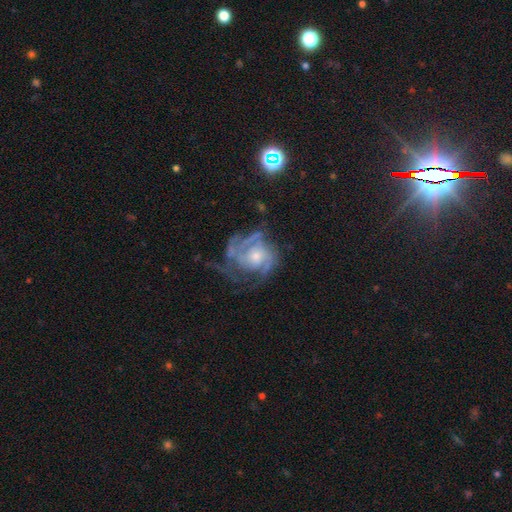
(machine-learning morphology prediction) Smooth or featured?
  - featured or disk: 86% *
  - smooth: 8%
  - star or artifact: 6%
Edge-on disk?
  - no: 98% *
  - yes: 2%
Bar?
  - no: 74% *
  - weak: 21%
  - strong: 4%
Spiral arms?
  - yes: 94% *
  - no: 6%
Spiral winding?
  - tight: 51% *
  - medium: 38%
  - loose: 11%
Spiral arm count?
  - 2: 28% *
  - 3: 27%
  - can't tell: 24%
  - 4: 9%
  - 1: 6%
  - more than 4: 6%
Bulge size?
  - moderate: 48% *
  - small: 42%
  - large: 6%
  - none: 4%
  - dominant: 1%
Merging?
  - none: 50% *
  - major disturbance: 26%
  - minor disturbance: 22%
  - merger: 3%